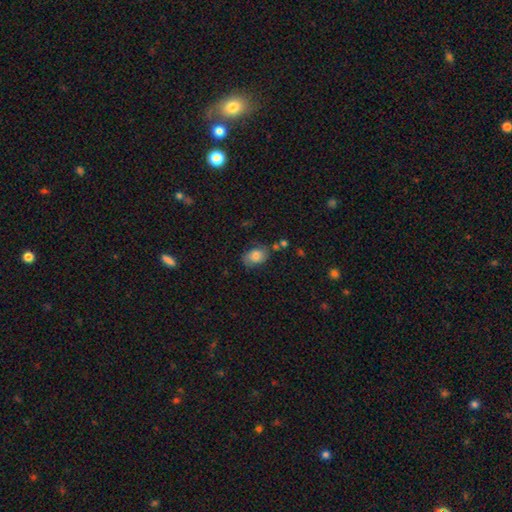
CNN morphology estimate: This is likely a smooth galaxy (73%). How rounded: clearly in between (81%). Merging: likely none (63%).